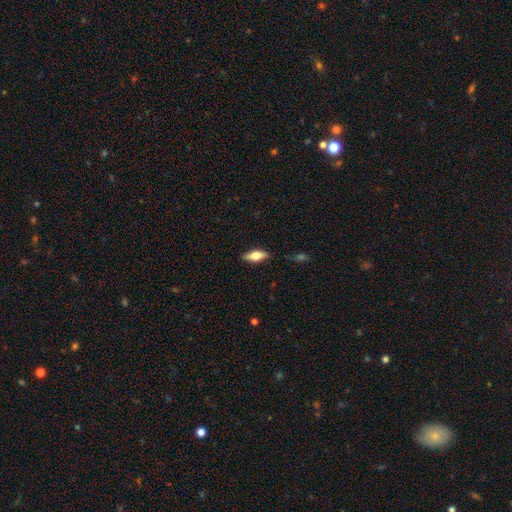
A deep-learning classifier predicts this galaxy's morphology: This appears to be a smooth galaxy with no disk features (58%) that is in between round and cigar-shaped (69%). Merging: none (84%).